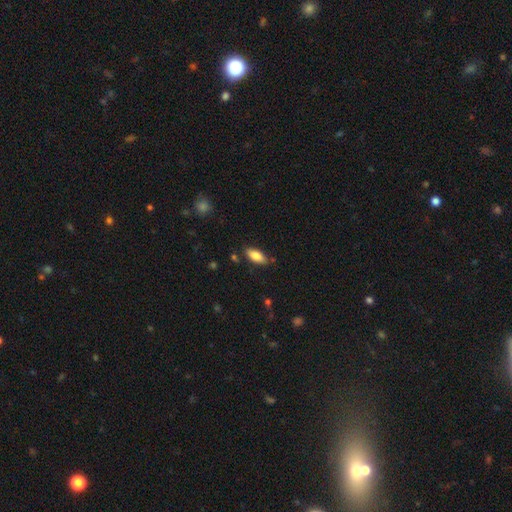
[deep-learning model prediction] A smooth galaxy with no disk features (83%) that is in between round and cigar-shaped (82%). Merging: none (82%).